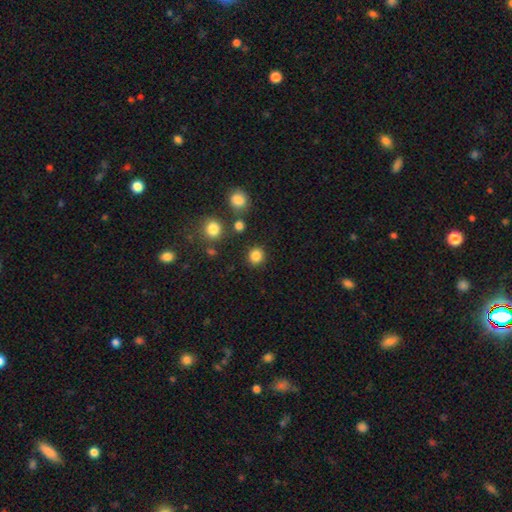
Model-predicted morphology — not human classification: Q: Smooth or featured?
A: smooth (84%); runner-up: star or artifact (12%)
Q: How rounded?
A: round (89%); runner-up: in between (10%)
Q: Merging?
A: none (88%); runner-up: minor disturbance (6%)